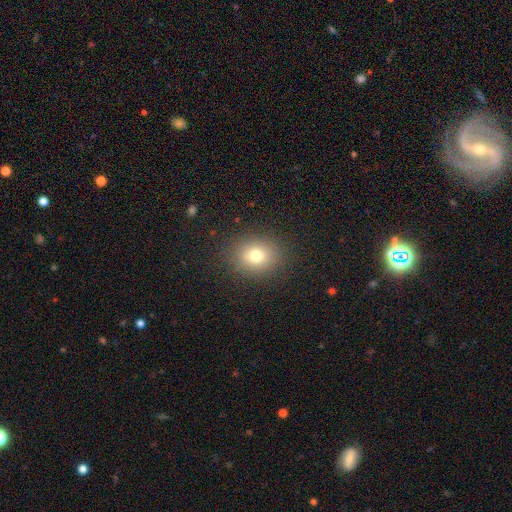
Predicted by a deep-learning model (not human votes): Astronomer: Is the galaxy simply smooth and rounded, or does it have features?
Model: smooth — 76%.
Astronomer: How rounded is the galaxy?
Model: round — 62% (runner-up: in between, 37%).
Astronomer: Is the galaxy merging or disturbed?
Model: none — 87%.